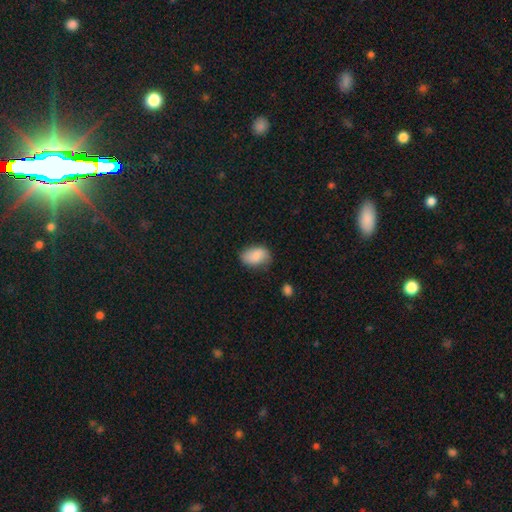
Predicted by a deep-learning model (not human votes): Smooth or featured? smooth (83%)
How rounded? in between (88%)
Merging? none (70%)